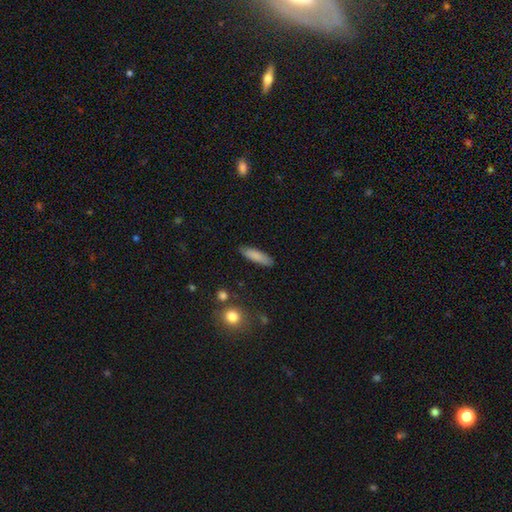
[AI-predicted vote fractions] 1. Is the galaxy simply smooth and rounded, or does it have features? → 84% smooth, 9% featured or disk, 6% star or artifact.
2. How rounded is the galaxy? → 60% cigar-shaped, 38% in between, 2% round.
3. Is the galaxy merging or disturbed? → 85% none, 12% minor disturbance, 2% major disturbance, 2% merger.